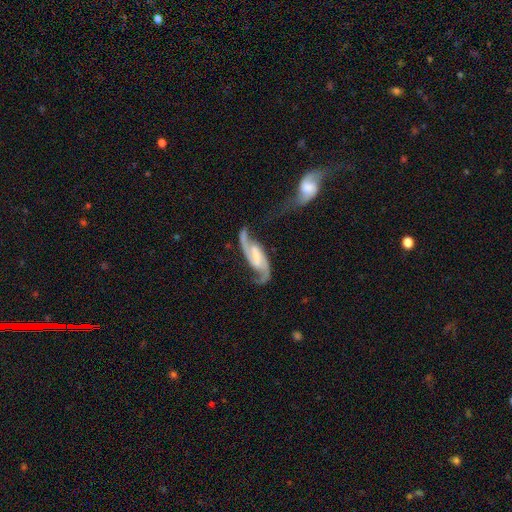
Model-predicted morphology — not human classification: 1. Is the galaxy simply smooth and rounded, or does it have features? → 91% featured or disk, 5% smooth, 4% star or artifact.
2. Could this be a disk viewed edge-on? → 95% no, 5% yes.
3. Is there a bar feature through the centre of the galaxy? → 43% weak, 34% strong, 24% no.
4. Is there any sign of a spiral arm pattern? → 98% yes, 2% no.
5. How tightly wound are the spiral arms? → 48% medium, 36% loose, 16% tight.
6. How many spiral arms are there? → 93% 2, 2% can't tell, 2% 1, 1% 3, 1% 4, 1% more than 4.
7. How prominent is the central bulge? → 35% none, 33% small, 23% moderate, 7% large, 2% dominant.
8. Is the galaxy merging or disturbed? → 55% none, 17% minor disturbance, 16% merger, 12% major disturbance.